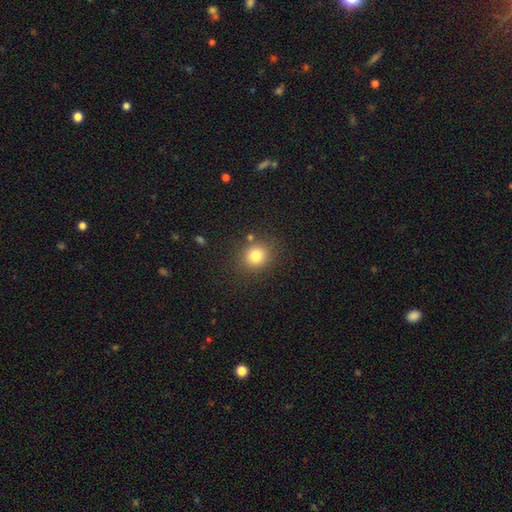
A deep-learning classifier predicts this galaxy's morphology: Smooth or featured: smooth — 81% (star or artifact — 13%)
How rounded: round — 82% (in between — 17%)
Merging: none — 82% (minor disturbance — 9%)